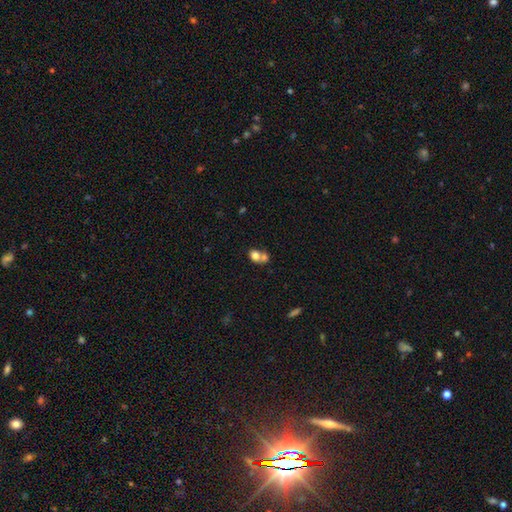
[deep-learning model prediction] smooth-or-featured: smooth: 73% | featured or disk: 16% | star or artifact: 10%
  how-rounded: round: 49% (tied) | in between: 49% (tied) | cigar-shaped: 1%
  merging: merger: 61% | none: 28% | minor disturbance: 7% | major disturbance: 4%